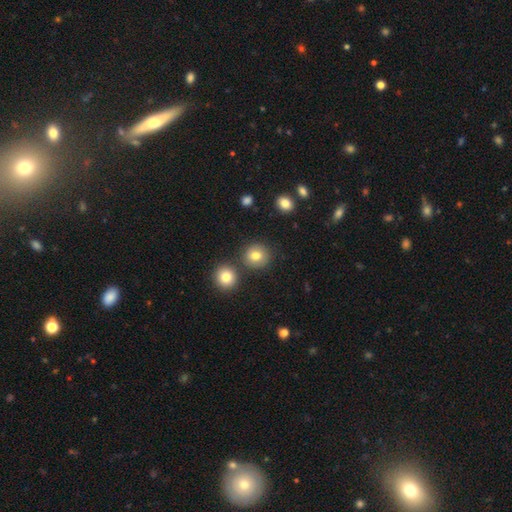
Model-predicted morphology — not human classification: Overall: smooth (81%). How rounded: round (89%). Merging: none (81%).